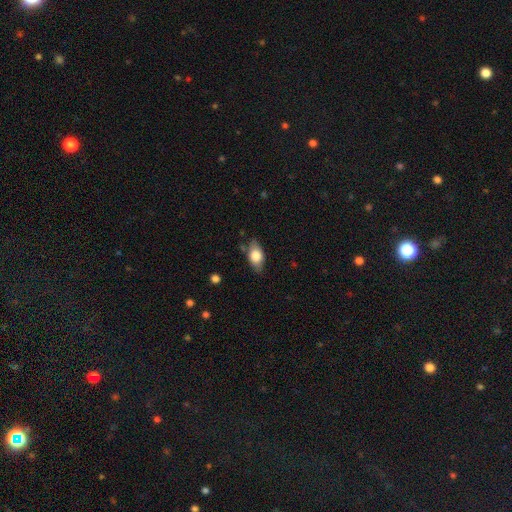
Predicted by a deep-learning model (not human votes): The model was most divided on "smooth or featured": smooth: 69%, featured or disk: 24%, star or artifact: 7%. More confident: how rounded — in between (86%); merging — none (77%).